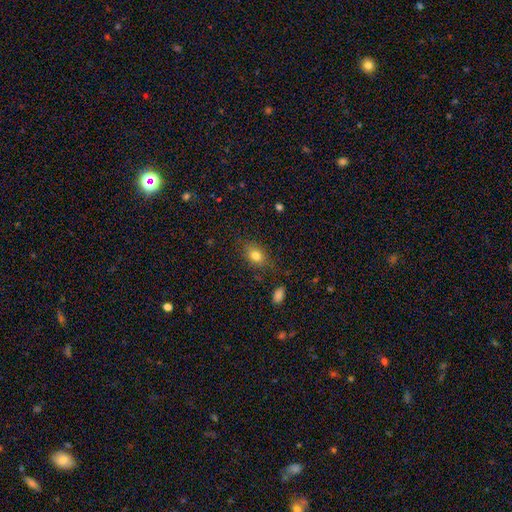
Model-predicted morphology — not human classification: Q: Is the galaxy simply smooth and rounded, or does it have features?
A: smooth — 79%.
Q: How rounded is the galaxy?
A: in between — 72%.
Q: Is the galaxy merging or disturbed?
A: none — 78%.